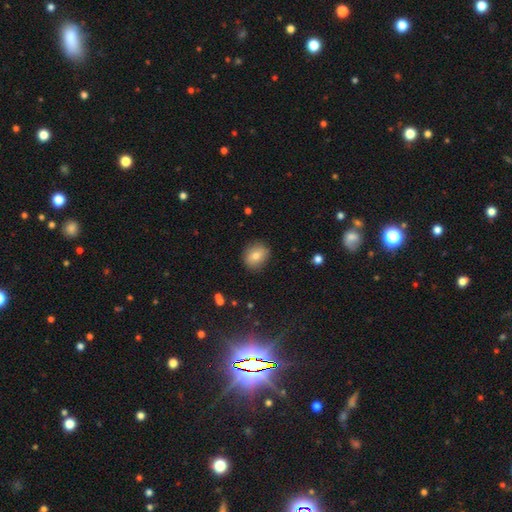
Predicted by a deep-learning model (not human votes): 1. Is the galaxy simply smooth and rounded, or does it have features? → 78% smooth, 12% featured or disk, 10% star or artifact.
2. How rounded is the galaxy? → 65% round, 34% in between, 1% cigar-shaped.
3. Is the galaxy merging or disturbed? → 85% none, 11% minor disturbance, 3% major disturbance, 1% merger.